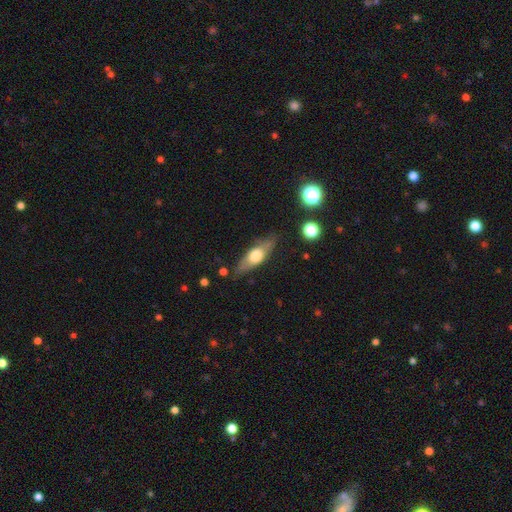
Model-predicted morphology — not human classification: type=smooth (49%); merging=none (76%).